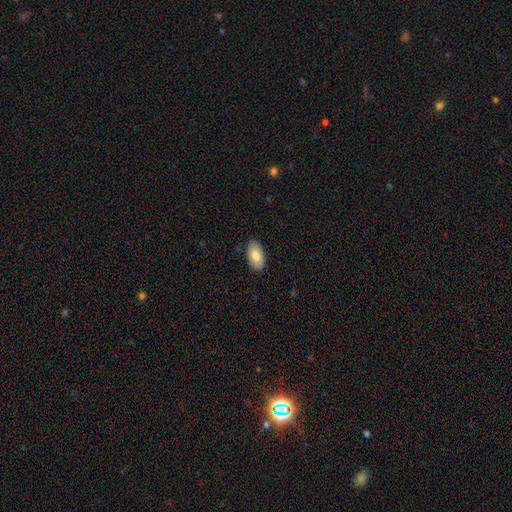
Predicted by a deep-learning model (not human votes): This appears to be a smooth galaxy with no disk features (79%) that is in between round and cigar-shaped (95%). Merging: none (89%).